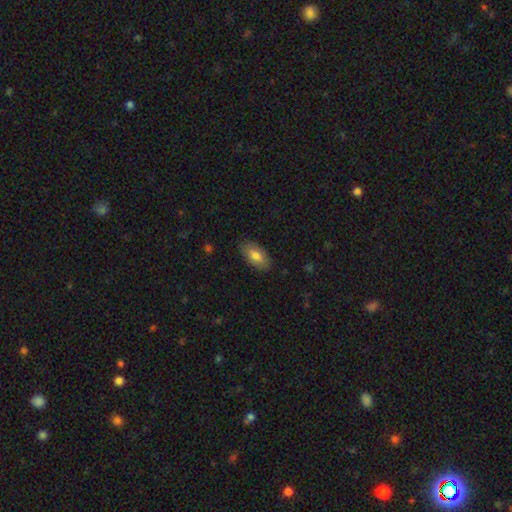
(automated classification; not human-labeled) A smooth galaxy with no disk features (79%) that is in between round and cigar-shaped (92%).

Vote fractions:
- Smooth or featured? smooth: 79% / featured or disk: 14% / star or artifact: 6%
- How rounded? in between: 92% / cigar-shaped: 4% / round: 3%
- Merging? none: 84% / minor disturbance: 12% / major disturbance: 3% / merger: 1%